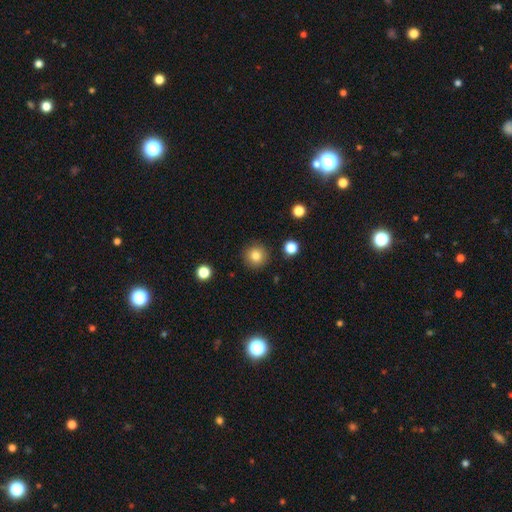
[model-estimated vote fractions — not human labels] Smooth or featured: smooth — 82% (star or artifact — 11%)
How rounded: round — 95% (in between — 4%)
Merging: none — 90% (minor disturbance — 6%)